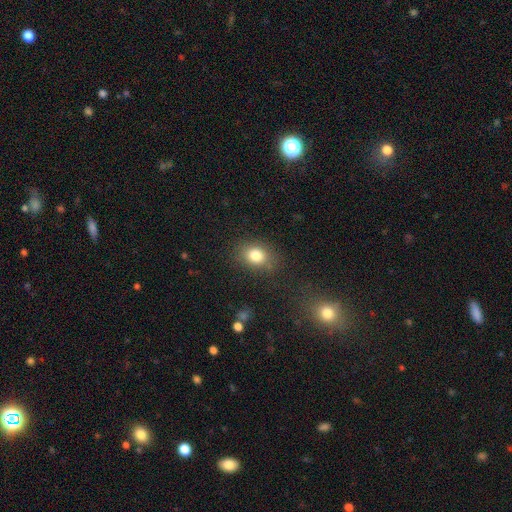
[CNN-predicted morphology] A smooth galaxy with no disk features (82%) that is in between round and cigar-shaped (58%). Merging: none (78%).